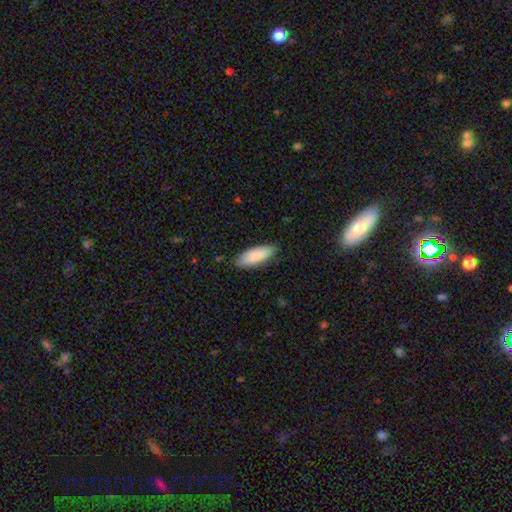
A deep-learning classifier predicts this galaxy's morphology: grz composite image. It shows a smooth galaxy with no disk features (87%) that is in between round and cigar-shaped (73%). Merging: none (82%).